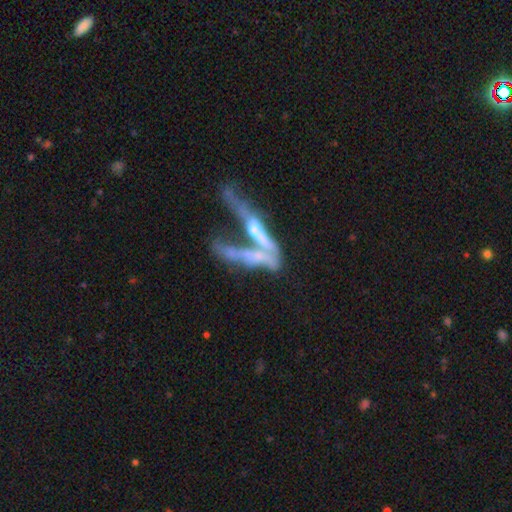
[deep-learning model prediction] smooth-or-featured: featured or disk: 62% | smooth: 28% | star or artifact: 10%
  disk-edge-on: yes: 54% | no: 46%
  merging: merger: 61% | major disturbance: 18% | none: 13% | minor disturbance: 8%